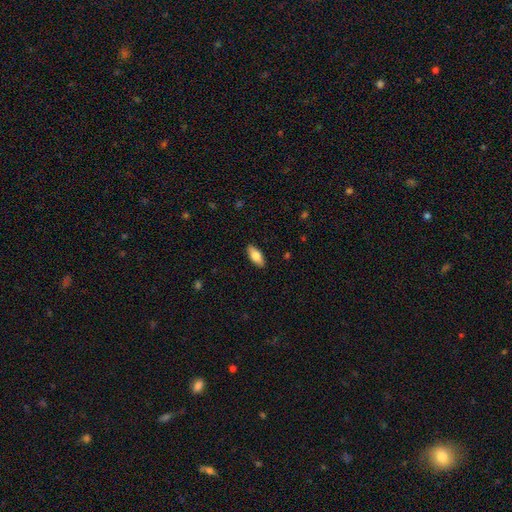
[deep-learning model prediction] Smooth or featured?
  - smooth: 74% *
  - featured or disk: 20%
  - star or artifact: 6%
How rounded?
  - in between: 84% *
  - cigar-shaped: 13%
  - round: 2%
Merging?
  - none: 89% *
  - minor disturbance: 8%
  - major disturbance: 2%
  - merger: 1%